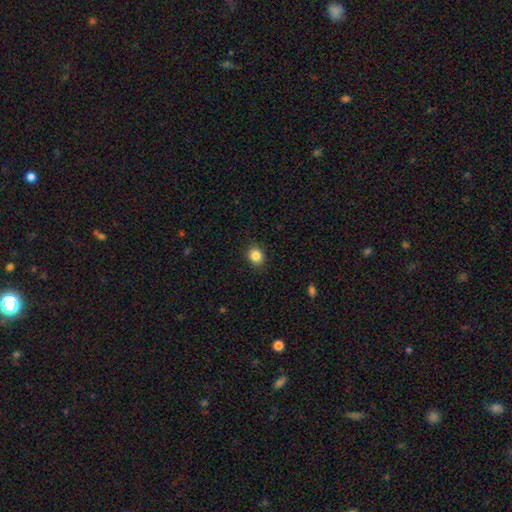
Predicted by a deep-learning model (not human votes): A smooth galaxy with no disk features (86%) that is round (62%).

Vote fractions:
- Smooth or featured? smooth: 86% / star or artifact: 10% / featured or disk: 4%
- How rounded? round: 62% / in between: 37% / cigar-shaped: 1%
- Merging? none: 87% / minor disturbance: 9% / major disturbance: 2% / merger: 1%